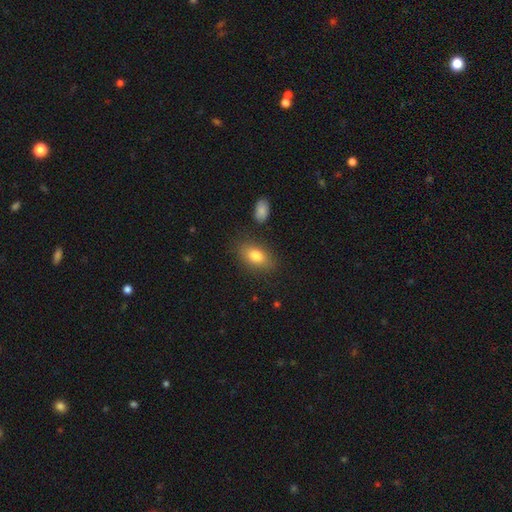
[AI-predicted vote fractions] smooth-or-featured: smooth: 81% | featured or disk: 11% | star or artifact: 8%
  how-rounded: in between: 88% | round: 9% | cigar-shaped: 4%
  merging: none: 80% | minor disturbance: 13% | major disturbance: 4% | merger: 3%